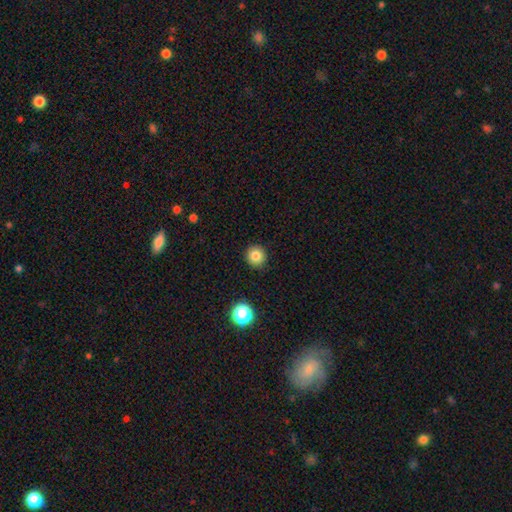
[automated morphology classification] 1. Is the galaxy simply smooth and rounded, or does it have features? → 82% smooth, 12% star or artifact, 6% featured or disk.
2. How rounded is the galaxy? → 93% round, 6% in between, 1% cigar-shaped.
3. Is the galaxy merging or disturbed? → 91% none, 6% minor disturbance, 2% major disturbance, 1% merger.